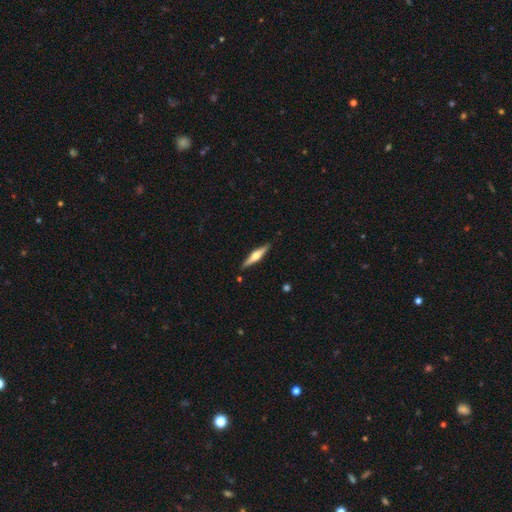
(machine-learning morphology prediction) Overall: featured or disk (61%; smooth 33%). Edge-on disk: yes (97%). Edge-on bulge: rounded (90%). Merging: none (89%).